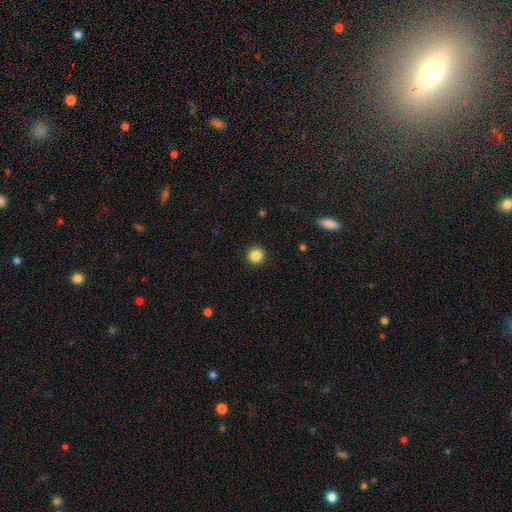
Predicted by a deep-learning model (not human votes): This appears to be a smooth galaxy with no disk features (86%) that is round (95%). Merging: none (93%).